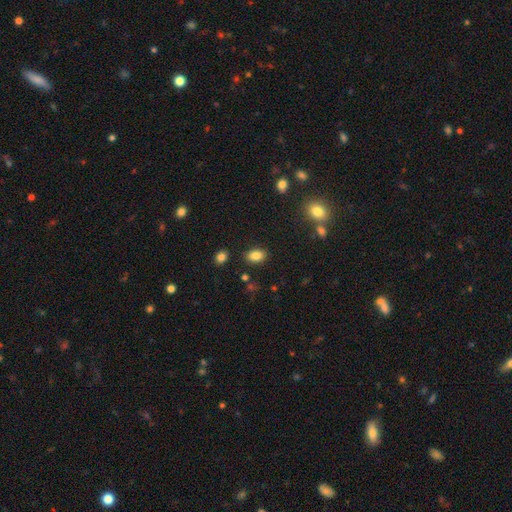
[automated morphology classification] smooth_or_featured: smooth (p=0.84) [alt: star or artifact p=0.10]
how_rounded: in between (p=0.85) [alt: round p=0.13]
merging: none (p=0.85) [alt: minor disturbance p=0.09]